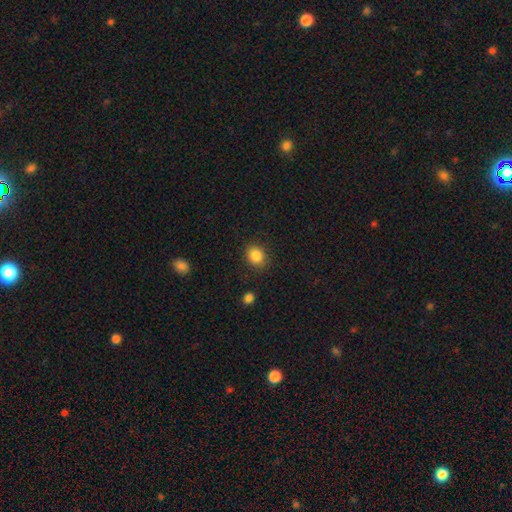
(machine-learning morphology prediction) Smooth or featured: smooth — 86% (star or artifact — 10%)
How rounded: round — 71% (in between — 28%)
Merging: none — 86% (minor disturbance — 9%)